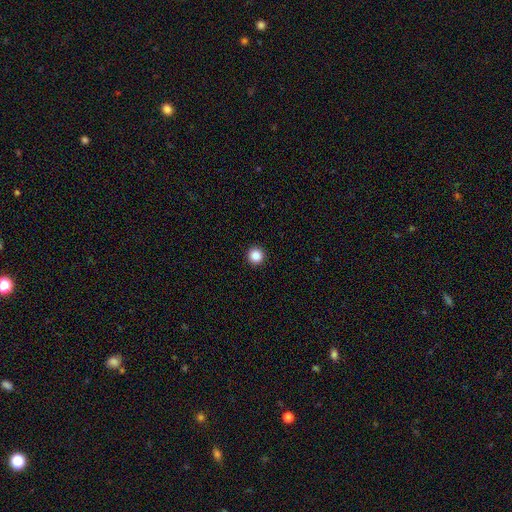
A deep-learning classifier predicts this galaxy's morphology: type=smooth (88%); roundness=round (96%); merging=none (94%).